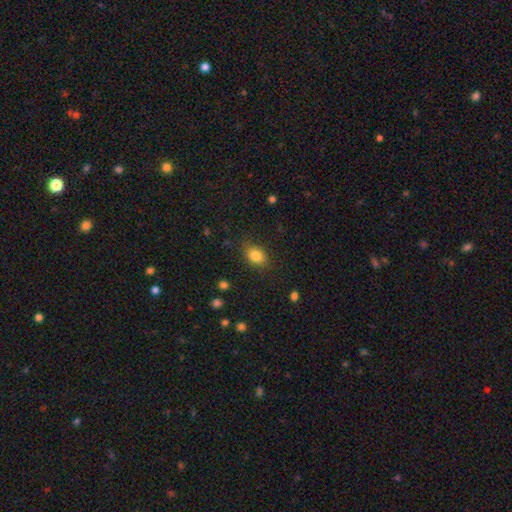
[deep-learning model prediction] Smooth or featured? Predicted: smooth (p=0.83). How rounded? Predicted: in between (p=0.72). Merging? Predicted: none (p=0.81).